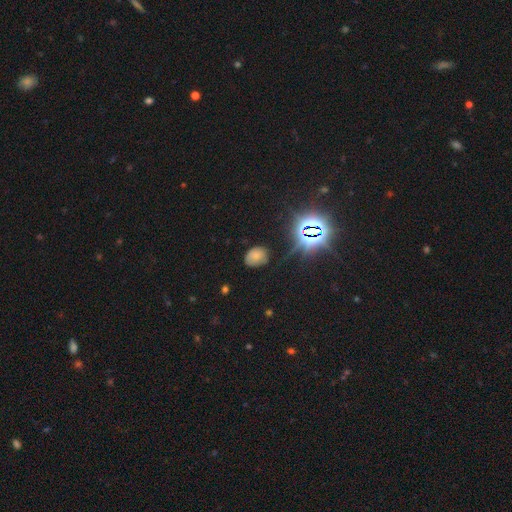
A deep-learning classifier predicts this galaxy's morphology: Smooth or featured? Predicted: smooth (p=0.64). How rounded? Predicted: in between (p=0.63). Merging? Predicted: none (p=0.66).